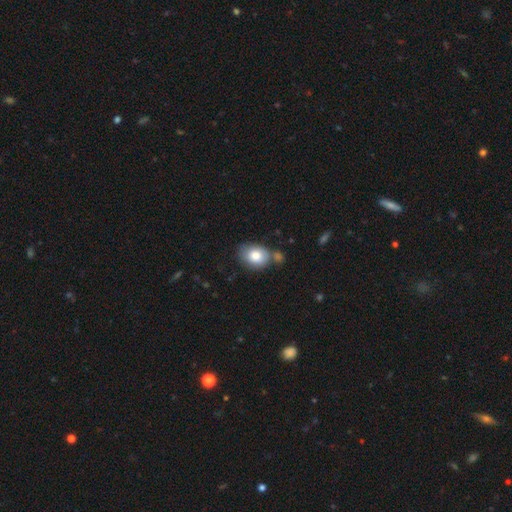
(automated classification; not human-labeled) Smooth or featured: smooth — 80% (featured or disk — 12%)
How rounded: in between — 65% (round — 34%)
Merging: none — 57% (minor disturbance — 20%)